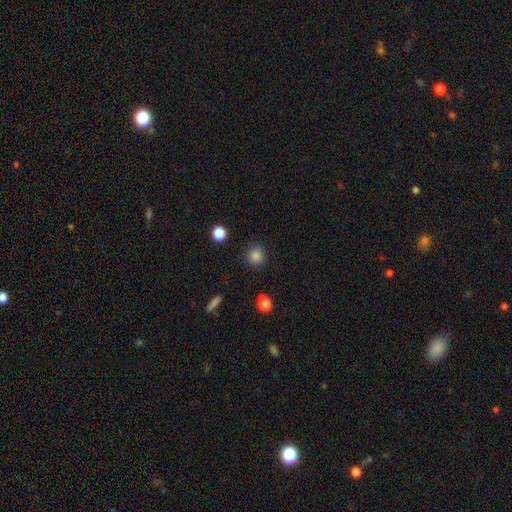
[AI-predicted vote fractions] Smooth or featured: smooth — 85% (star or artifact — 11%)
How rounded: round — 93% (in between — 6%)
Merging: none — 89% (minor disturbance — 7%)